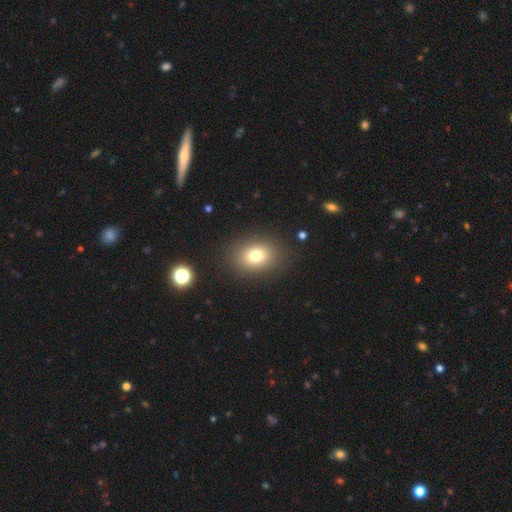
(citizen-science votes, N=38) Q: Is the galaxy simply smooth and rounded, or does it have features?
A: smooth — 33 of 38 (87%).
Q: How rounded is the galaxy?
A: round — 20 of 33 (61%).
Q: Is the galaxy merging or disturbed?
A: none — 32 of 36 (89%).